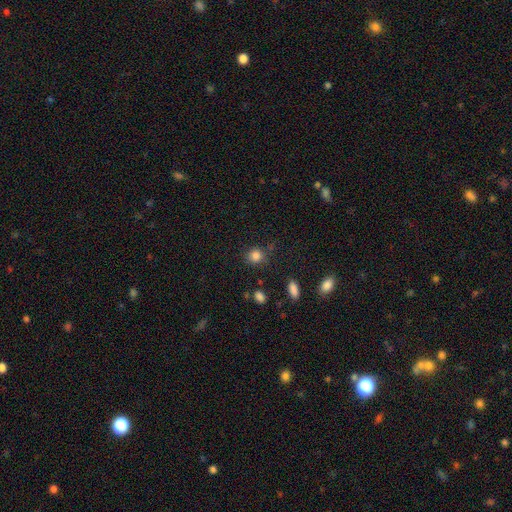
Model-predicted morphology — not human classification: smooth-or-featured: smooth: 84% | star or artifact: 12% | featured or disk: 5%
  how-rounded: round: 84% | in between: 15% | cigar-shaped: 1%
  merging: none: 80% | minor disturbance: 12% | major disturbance: 4% | merger: 3%